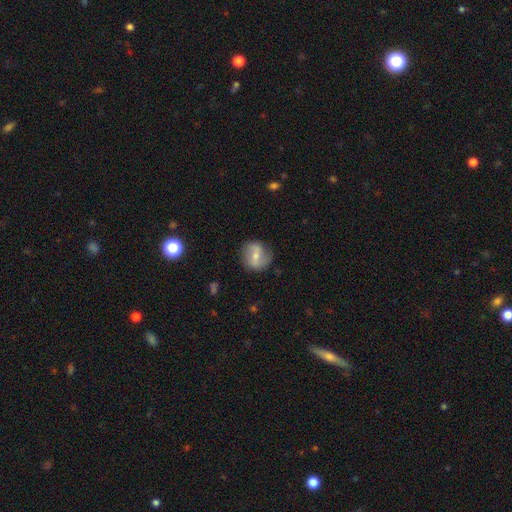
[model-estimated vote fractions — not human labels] Smooth or featured? Predicted: featured or disk (p=0.53). Edge-on disk? Predicted: no (p=0.95). Bar? Predicted: weak (p=0.45). Spiral arms? Predicted: yes (p=0.77). Bulge size? Predicted: small (p=0.49). Merging? Predicted: none (p=0.76).